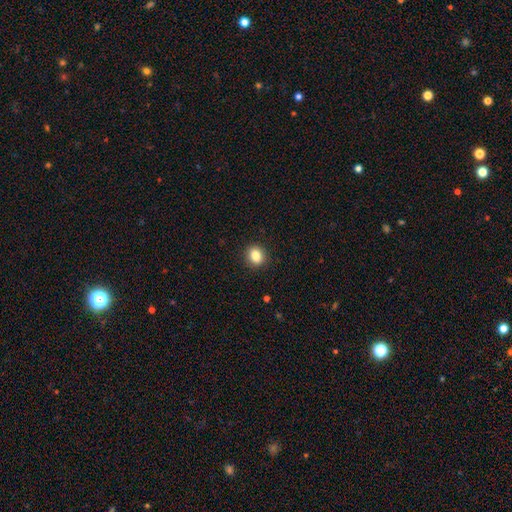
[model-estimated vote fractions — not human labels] smooth-or-featured: smooth: 85% | star or artifact: 10% | featured or disk: 5%
  how-rounded: round: 62% | in between: 37% | cigar-shaped: 1%
  merging: none: 90% | minor disturbance: 7% | major disturbance: 2% | merger: 1%